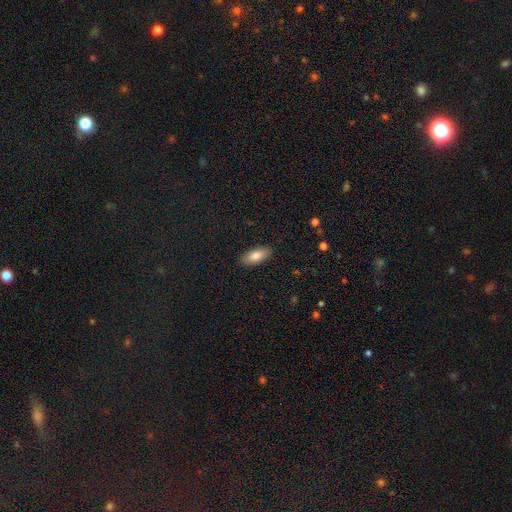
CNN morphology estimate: Q: Smooth or featured?
A: smooth (82%); runner-up: featured or disk (12%)
Q: How rounded?
A: in between (86%); runner-up: cigar-shaped (12%)
Q: Merging?
A: none (88%); runner-up: minor disturbance (9%)